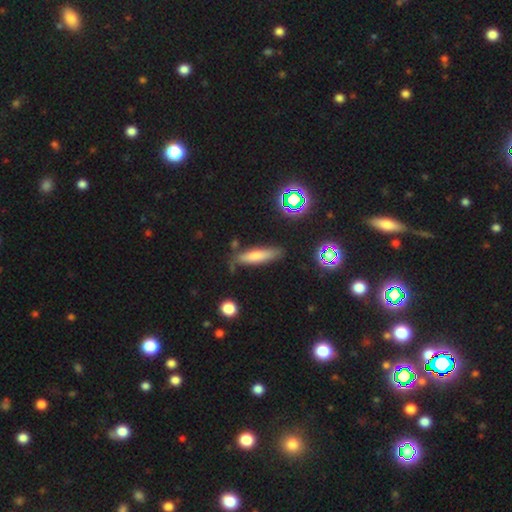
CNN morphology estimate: Smooth or featured? smooth (62%)
How rounded? cigar-shaped (77%)
Merging? none (74%)